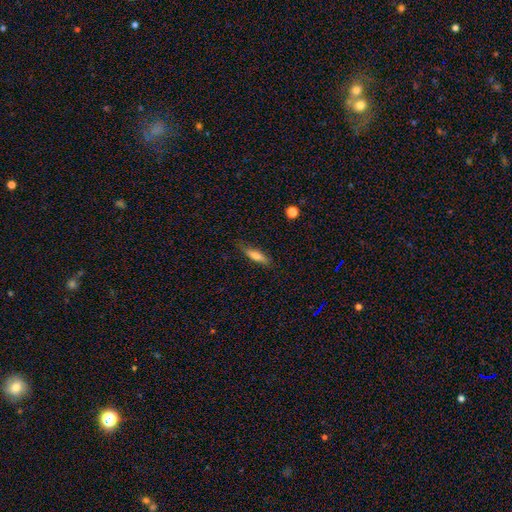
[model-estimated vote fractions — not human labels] The model was most divided on "how rounded": cigar-shaped: 71%, in between: 27%, round: 2%. More confident: merging — none (79%); smooth or featured — smooth (70%).